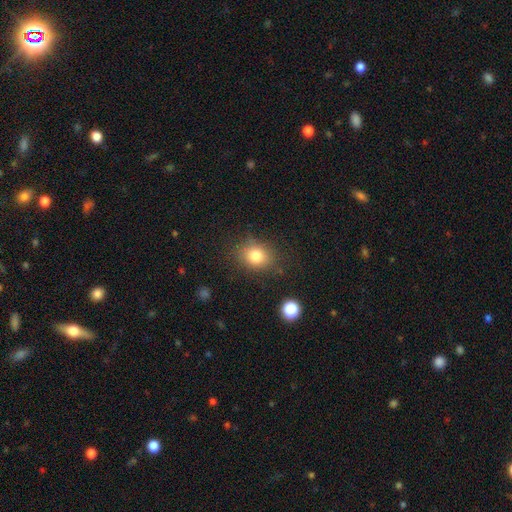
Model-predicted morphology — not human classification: This appears to be a smooth galaxy with no disk features (80%) that is round (56%). Merging: none (78%).